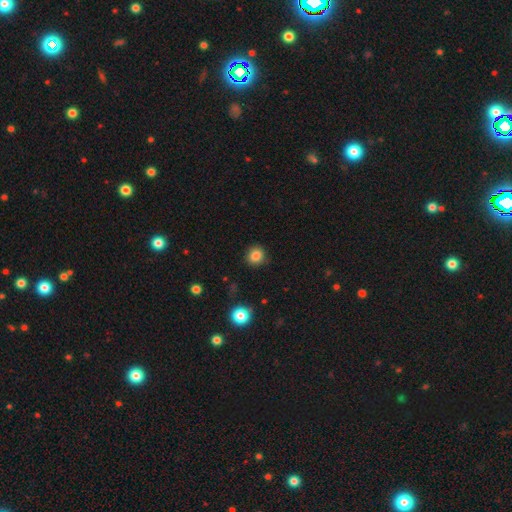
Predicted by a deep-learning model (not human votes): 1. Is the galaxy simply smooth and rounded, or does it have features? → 84% smooth, 12% star or artifact, 5% featured or disk.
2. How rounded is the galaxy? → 88% round, 12% in between, 1% cigar-shaped.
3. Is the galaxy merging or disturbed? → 87% none, 9% minor disturbance, 2% major disturbance, 1% merger.